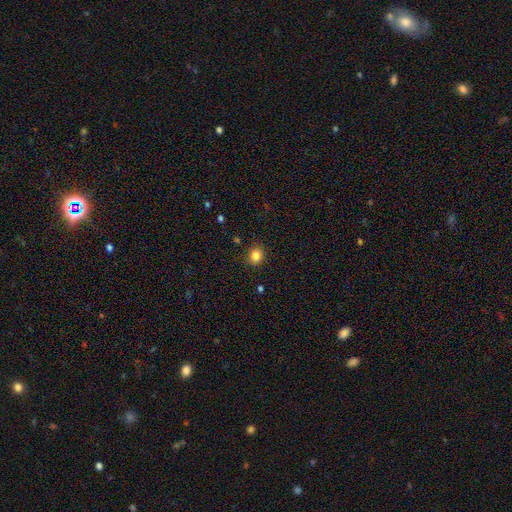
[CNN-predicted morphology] Smooth or featured? Predicted: smooth (p=0.84). How rounded? Predicted: round (p=0.73). Merging? Predicted: none (p=0.89).